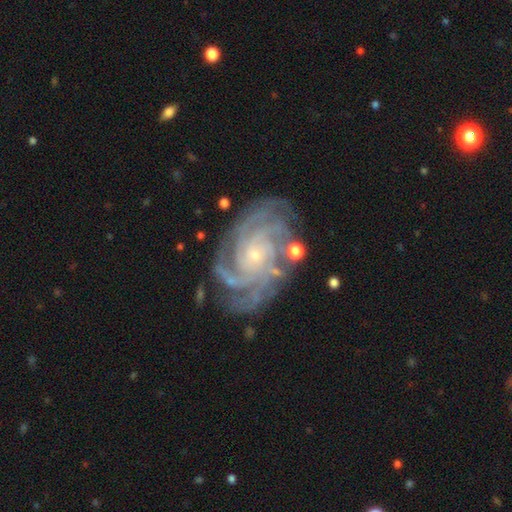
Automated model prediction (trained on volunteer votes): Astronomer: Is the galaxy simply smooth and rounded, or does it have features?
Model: featured or disk — 91%.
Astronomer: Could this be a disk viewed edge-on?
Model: no — 97%.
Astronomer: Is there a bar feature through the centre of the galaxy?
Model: no — 74%.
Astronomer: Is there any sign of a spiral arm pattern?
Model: yes — 99%.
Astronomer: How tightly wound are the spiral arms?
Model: tight — 77%.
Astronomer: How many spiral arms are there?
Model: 4 — 33% (runner-up: 3, 19%).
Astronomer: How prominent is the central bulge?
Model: small — 82%.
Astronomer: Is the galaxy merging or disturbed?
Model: none — 77%.